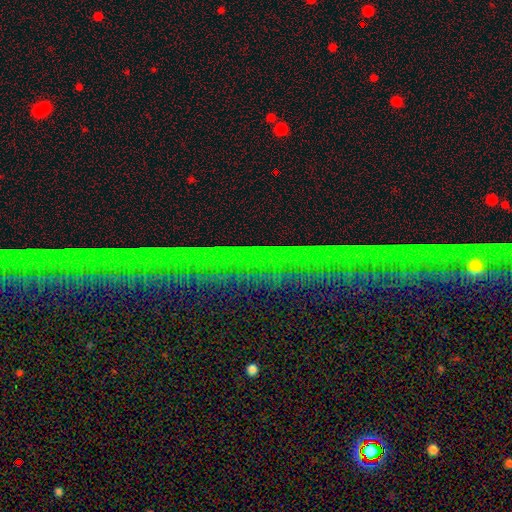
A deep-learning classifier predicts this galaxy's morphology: This appears to be a star or artifact, not a galaxy (84%).